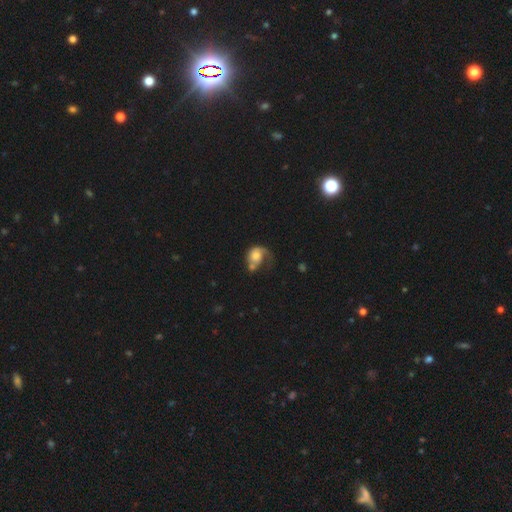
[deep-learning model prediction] Smooth or featured? featured or disk (53%)
Edge-on disk? no (97%)
Bar? no (78%)
Spiral arms? yes (79%)
Bulge size? moderate (43%)
Merging? major disturbance (40%)